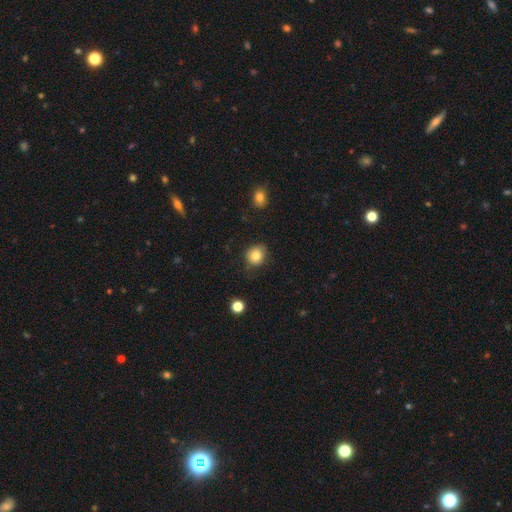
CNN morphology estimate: This is clearly a smooth galaxy (82%). How rounded: likely round (80%). Merging: likely none (75%).